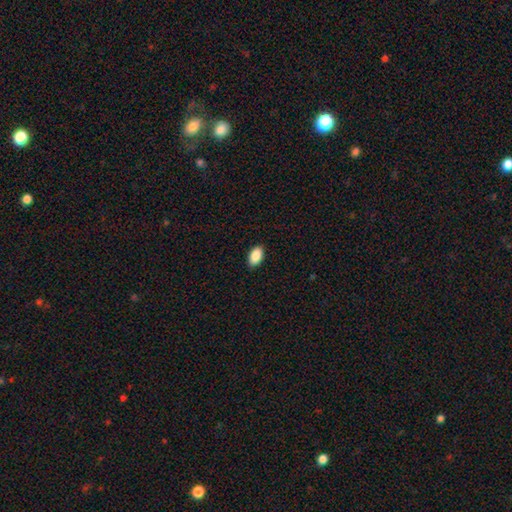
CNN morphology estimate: This is clearly a smooth galaxy (90%). How rounded: clearly in between (94%). Merging: clearly none (90%).